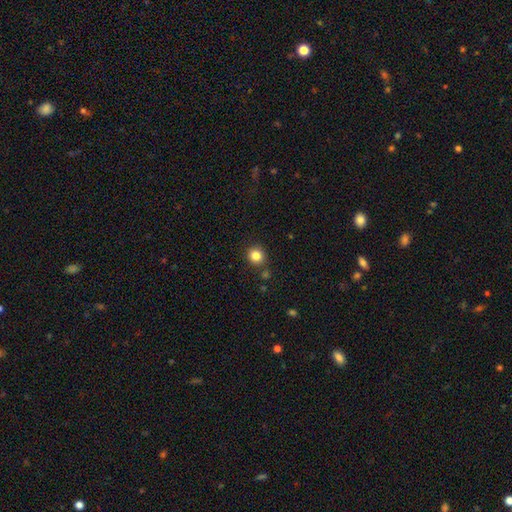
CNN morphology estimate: Smooth or featured? Predicted: smooth (p=0.83). How rounded? Predicted: round (p=0.89). Merging? Predicted: none (p=0.85).